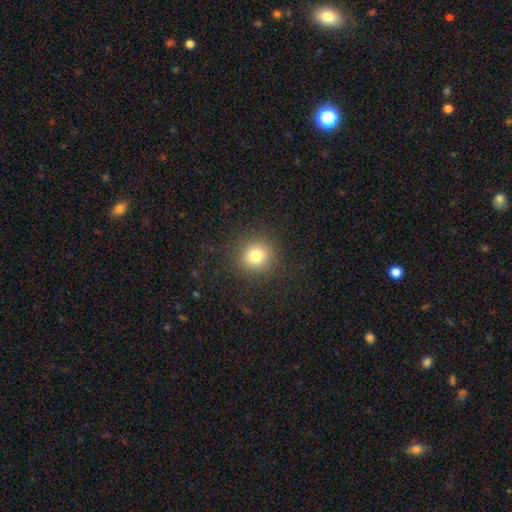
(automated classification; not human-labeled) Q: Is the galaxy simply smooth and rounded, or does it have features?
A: smooth — 79%.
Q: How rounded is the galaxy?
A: round — 93%.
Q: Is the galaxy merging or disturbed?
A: none — 89%.